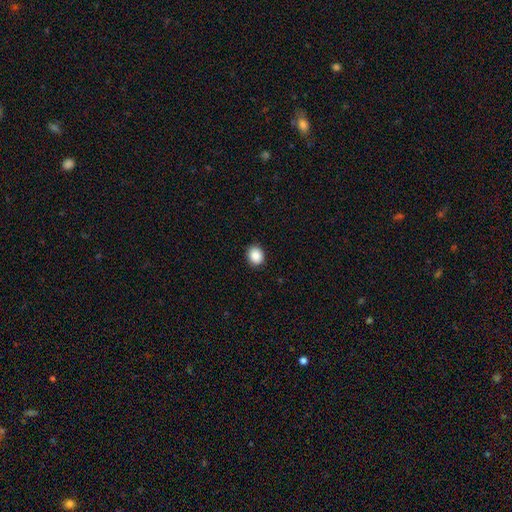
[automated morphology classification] This is clearly a smooth galaxy (87%). How rounded: likely round (63%). Merging: clearly none (90%).